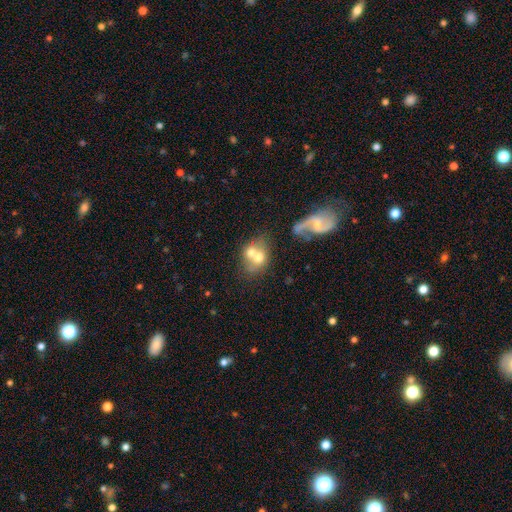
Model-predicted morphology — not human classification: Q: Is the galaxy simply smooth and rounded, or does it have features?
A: smooth — 55%.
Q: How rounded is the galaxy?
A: round — 53%.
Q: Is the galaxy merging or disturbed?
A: merger — 60%.